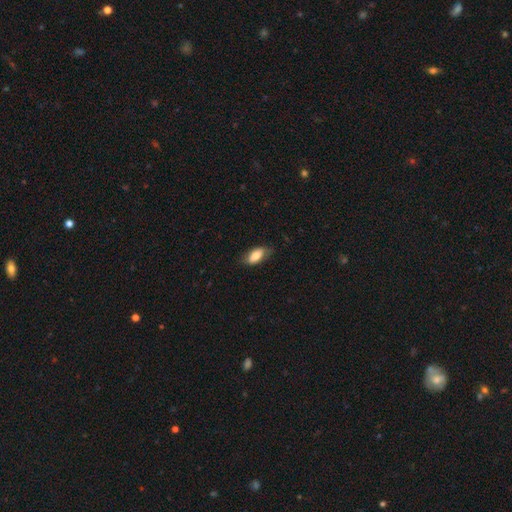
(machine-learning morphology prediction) smooth-or-featured: smooth: 77% | featured or disk: 17% | star or artifact: 7%
  how-rounded: in between: 89% | cigar-shaped: 8% | round: 3%
  merging: none: 74% | minor disturbance: 20% | major disturbance: 5% | merger: 1%